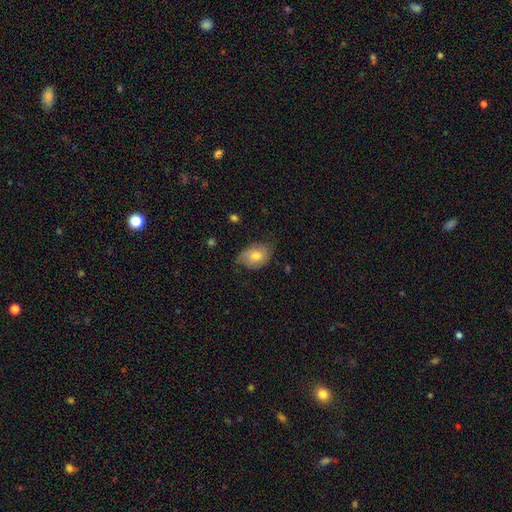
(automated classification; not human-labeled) Smooth or featured?
  - smooth: 65% *
  - featured or disk: 28%
  - star or artifact: 7%
How rounded?
  - in between: 78% *
  - round: 20%
  - cigar-shaped: 1%
Merging?
  - none: 59% *
  - minor disturbance: 32%
  - major disturbance: 7%
  - merger: 1%